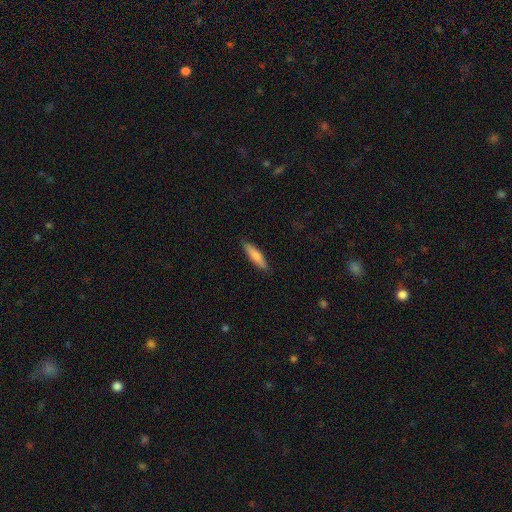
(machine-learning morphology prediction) Smooth or featured? smooth (79%)
How rounded? cigar-shaped (79%)
Merging? none (88%)